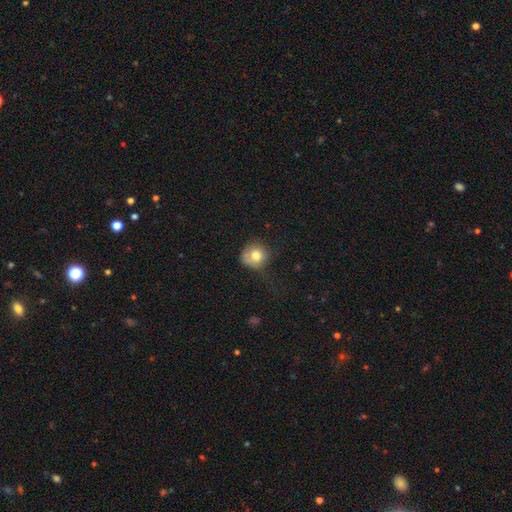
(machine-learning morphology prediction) Smooth or featured? smooth (77%)
How rounded? round (86%)
Merging? none (54%)